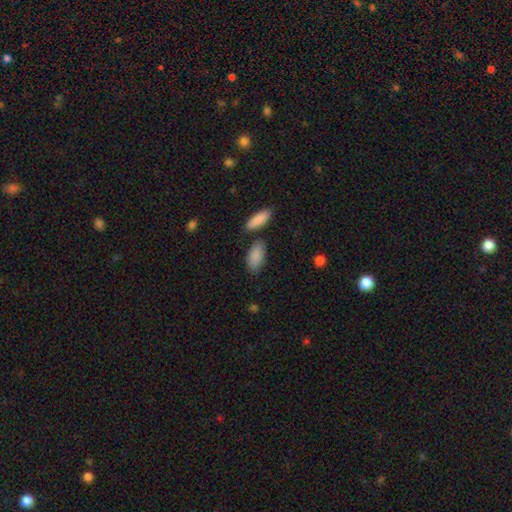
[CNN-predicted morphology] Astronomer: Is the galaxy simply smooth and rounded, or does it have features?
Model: smooth — 88%.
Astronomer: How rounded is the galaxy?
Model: in between — 91%.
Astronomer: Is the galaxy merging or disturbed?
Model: none — 75%.